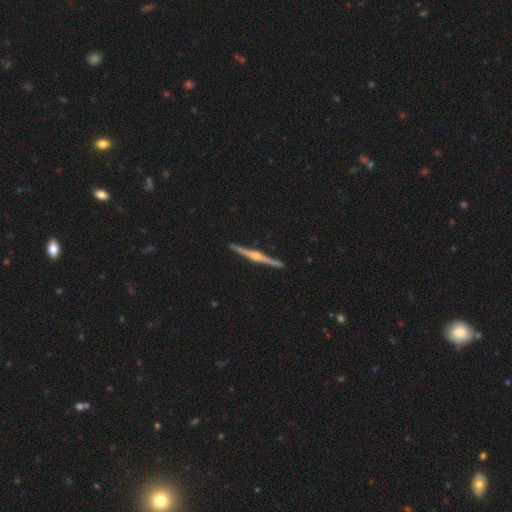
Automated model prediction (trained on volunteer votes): featured or disk 87%, smooth 9%, star or artifact 4%. Down the decision tree: edge-on disk — yes (99%); edge-on bulge — rounded (89%); merging — none (93%).